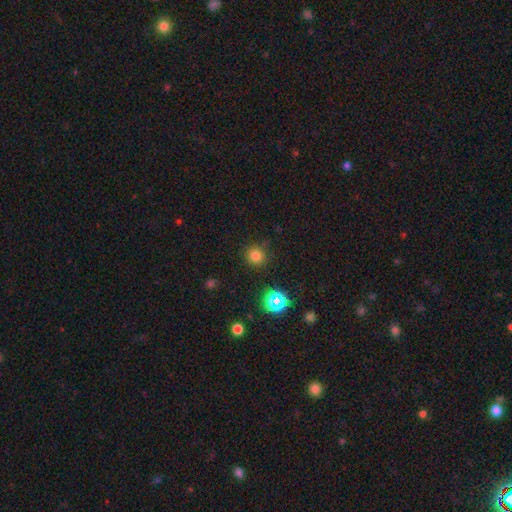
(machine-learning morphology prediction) This appears to be a smooth galaxy with no disk features (75%) that is round (94%). Merging: none (85%).